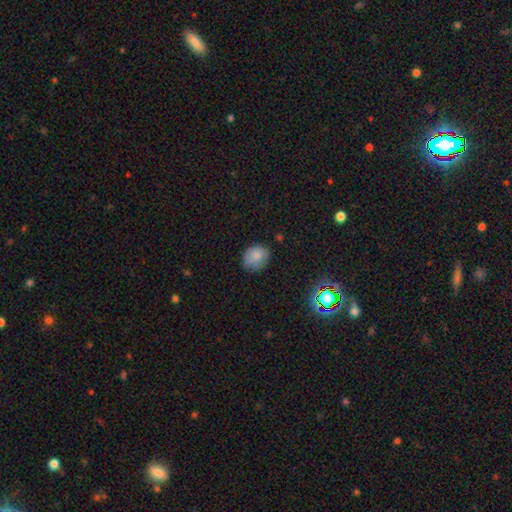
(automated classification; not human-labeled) Q: Smooth or featured?
A: smooth (80%); runner-up: featured or disk (10%)
Q: How rounded?
A: round (62%); runner-up: in between (37%)
Q: Merging?
A: none (68%); runner-up: minor disturbance (24%)